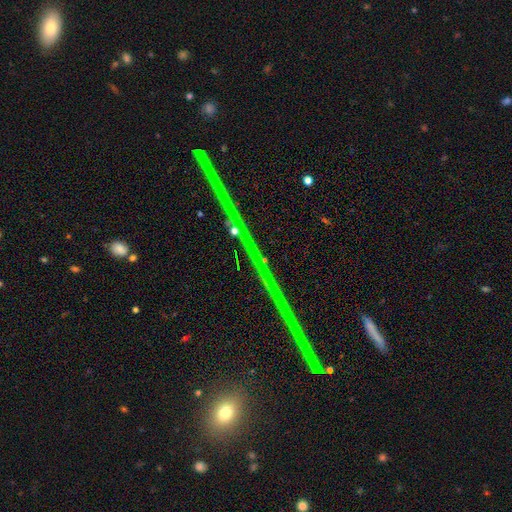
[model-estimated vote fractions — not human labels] Q: Smooth or featured?
A: star or artifact (66%); runner-up: featured or disk (22%)